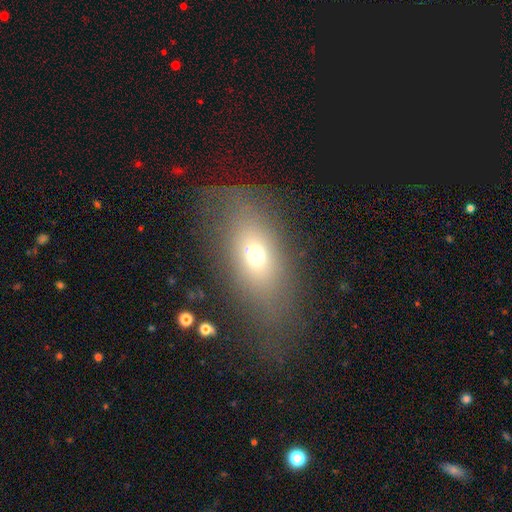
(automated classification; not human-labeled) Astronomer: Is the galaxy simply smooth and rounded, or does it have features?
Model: smooth — 61%.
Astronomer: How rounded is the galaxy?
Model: in between — 74%.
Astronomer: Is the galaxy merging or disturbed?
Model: none — 62%.